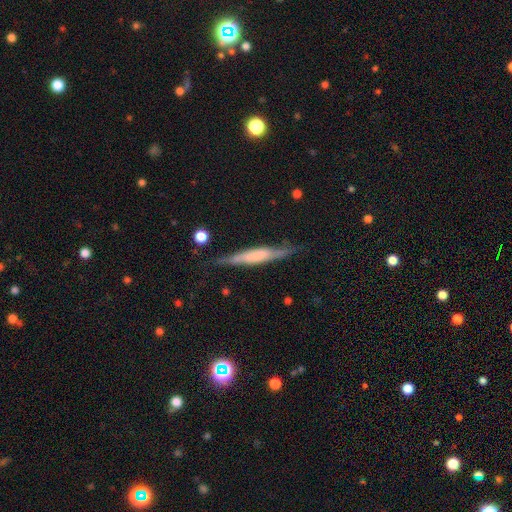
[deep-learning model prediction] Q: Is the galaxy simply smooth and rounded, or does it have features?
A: featured or disk — 54%.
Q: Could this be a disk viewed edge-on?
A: yes — 91%.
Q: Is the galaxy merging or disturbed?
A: none — 73%.